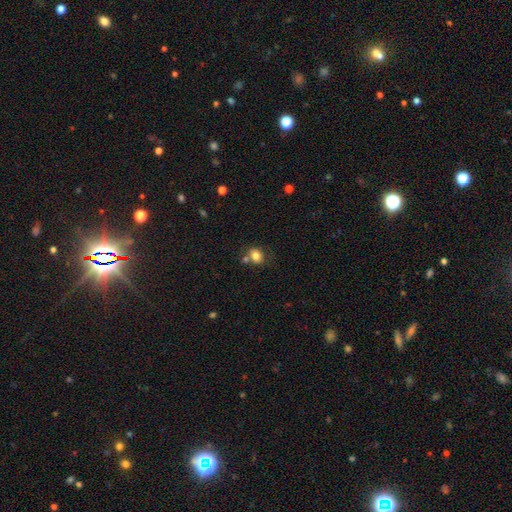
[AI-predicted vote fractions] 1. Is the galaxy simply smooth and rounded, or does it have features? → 80% smooth, 10% star or artifact, 10% featured or disk.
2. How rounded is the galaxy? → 50% round, 49% in between, 1% cigar-shaped.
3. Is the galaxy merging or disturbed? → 56% none, 22% merger, 16% minor disturbance, 6% major disturbance.